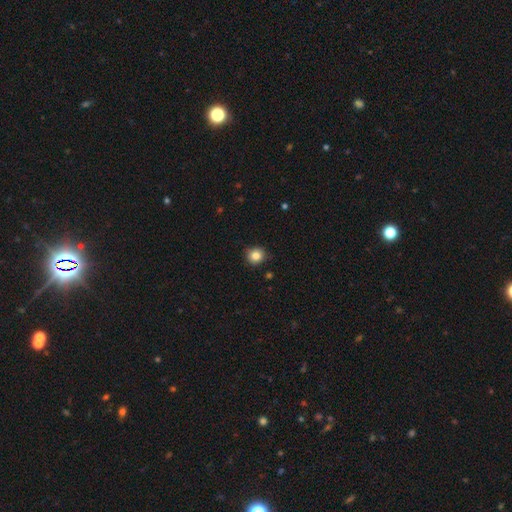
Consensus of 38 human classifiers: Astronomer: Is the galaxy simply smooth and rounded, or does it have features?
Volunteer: smooth — 89%.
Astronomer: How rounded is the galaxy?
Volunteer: round — 82%.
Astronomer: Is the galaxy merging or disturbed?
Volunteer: none — 86%.